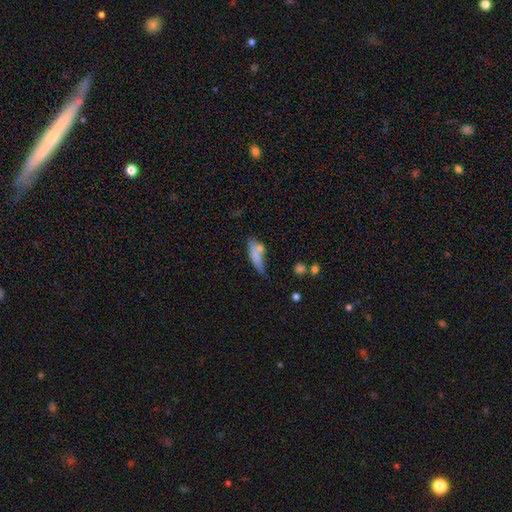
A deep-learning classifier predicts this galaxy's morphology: A smooth galaxy with no disk features (69%) that is cigar-shaped (58%).

Vote fractions:
- Smooth or featured? smooth: 69% / featured or disk: 22% / star or artifact: 8%
- How rounded? cigar-shaped: 58% / in between: 39% / round: 3%
- Merging? none: 45% / minor disturbance: 24% / merger: 21% / major disturbance: 10%